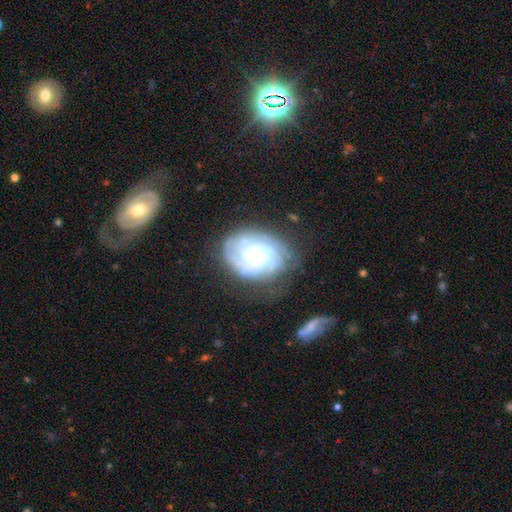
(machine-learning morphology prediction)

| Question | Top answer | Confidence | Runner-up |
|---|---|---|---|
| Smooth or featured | featured or disk | 76% | smooth (17%) |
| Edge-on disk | no | 97% | yes (3%) |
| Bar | no | 65% | weak (28%) |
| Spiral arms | yes | 88% | no (12%) |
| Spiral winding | tight | 69% | medium (24%) |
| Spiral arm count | can't tell | 49% | 2 (15%) |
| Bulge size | small | 44% | moderate (32%) |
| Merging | none | 60% | minor disturbance (23%) |